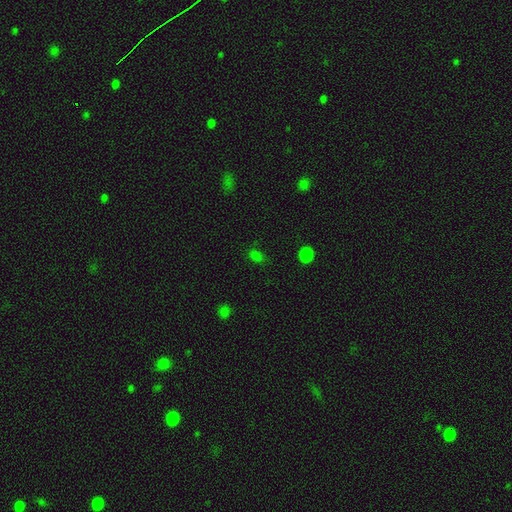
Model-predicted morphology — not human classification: This is likely a smooth galaxy (69%). How rounded: likely in between (74%). Merging: likely none (75%).